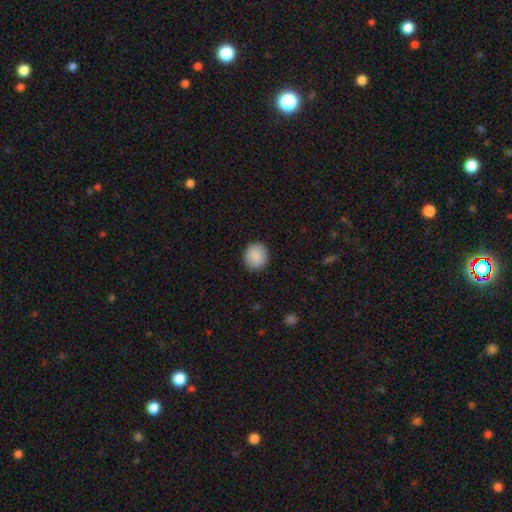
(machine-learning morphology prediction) smooth-or-featured: smooth: 89% | star or artifact: 7% | featured or disk: 4%
  how-rounded: round: 84% | in between: 15% | cigar-shaped: 1%
  merging: none: 90% | minor disturbance: 7% | major disturbance: 2% | merger: 1%